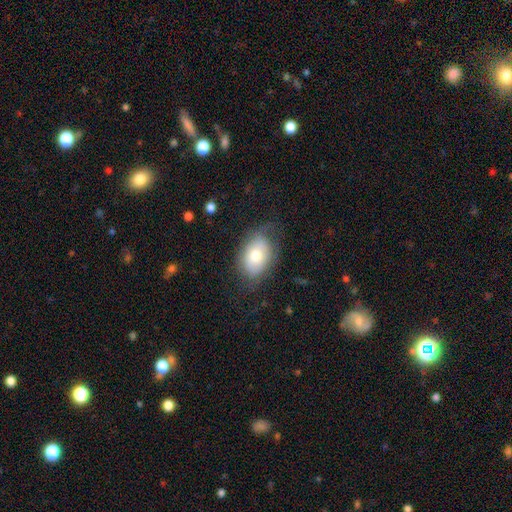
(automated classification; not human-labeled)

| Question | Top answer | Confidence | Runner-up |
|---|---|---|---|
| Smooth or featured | smooth | 69% | featured or disk (23%) |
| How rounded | in between | 81% | round (17%) |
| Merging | none | 66% | minor disturbance (23%) |